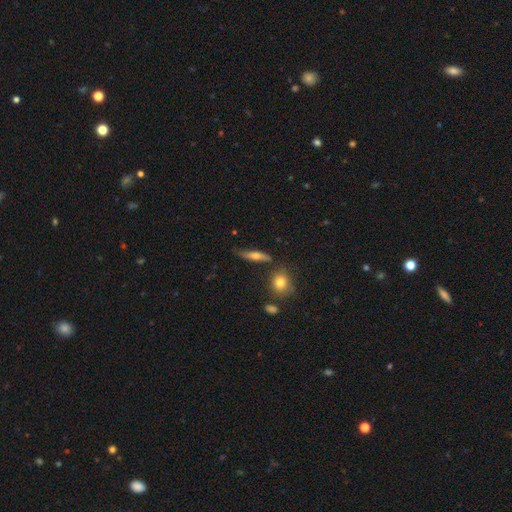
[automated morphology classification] Smooth or featured?
  - smooth: 50% *
  - featured or disk: 42%
  - star or artifact: 8%
Merging?
  - none: 71% *
  - minor disturbance: 18%
  - merger: 6%
  - major disturbance: 5%